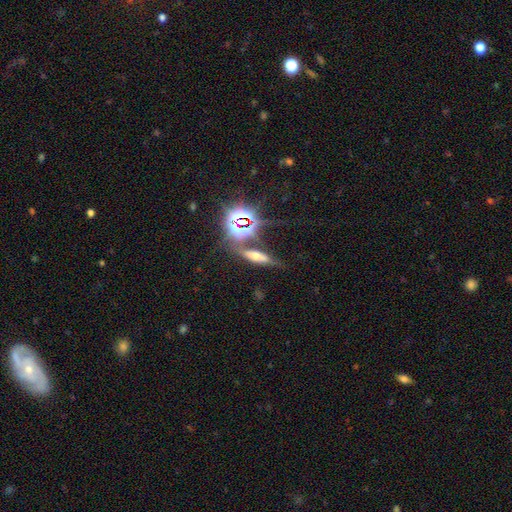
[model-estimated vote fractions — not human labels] A smooth galaxy with no disk features (36%). Merging: none (59%).